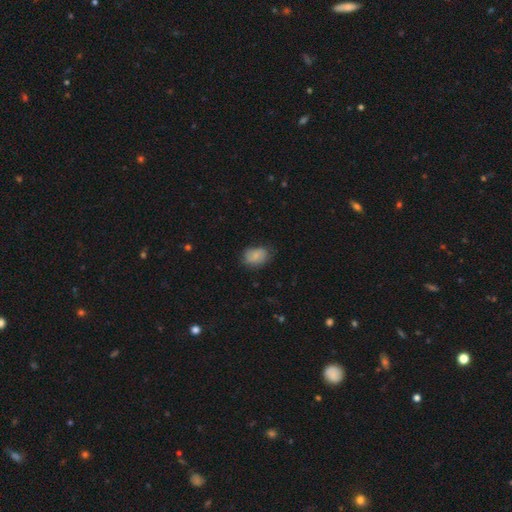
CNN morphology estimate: Q: Smooth or featured?
A: smooth (71%); runner-up: featured or disk (20%)
Q: How rounded?
A: in between (73%); runner-up: round (25%)
Q: Merging?
A: none (68%); runner-up: minor disturbance (25%)